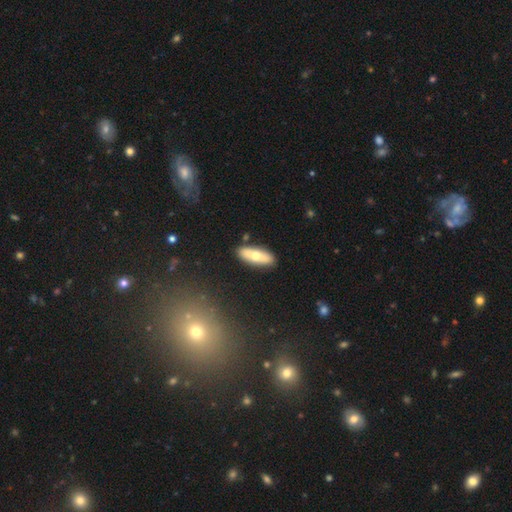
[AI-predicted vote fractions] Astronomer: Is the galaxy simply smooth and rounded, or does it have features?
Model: smooth — 61%.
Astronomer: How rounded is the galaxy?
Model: in between — 66%.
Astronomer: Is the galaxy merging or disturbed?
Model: none — 85%.